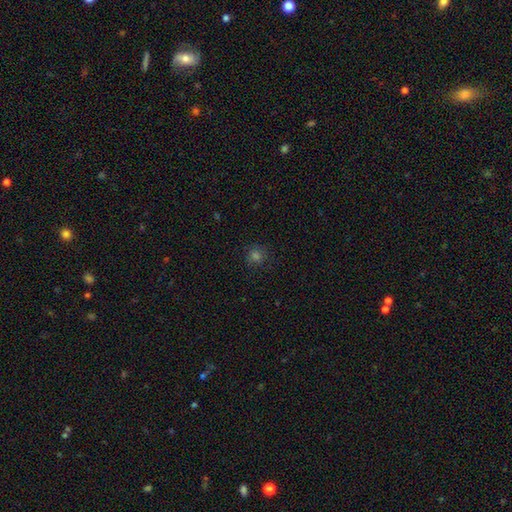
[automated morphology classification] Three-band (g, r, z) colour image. It shows a smooth galaxy with no disk features (71%) that is round (92%). Merging: none (88%).